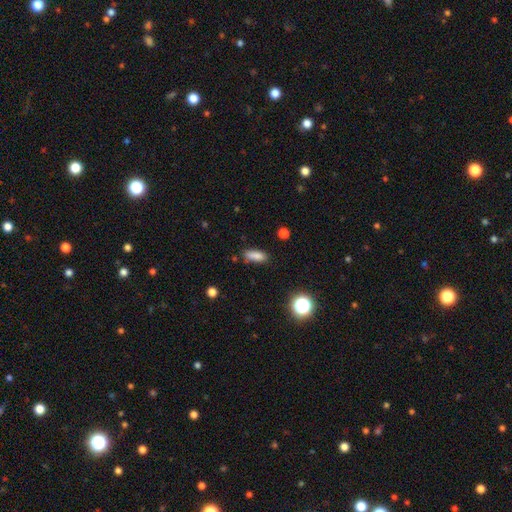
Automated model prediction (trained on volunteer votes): A smooth galaxy with no disk features (81%) that is in between round and cigar-shaped (65%). Merging: none (71%).